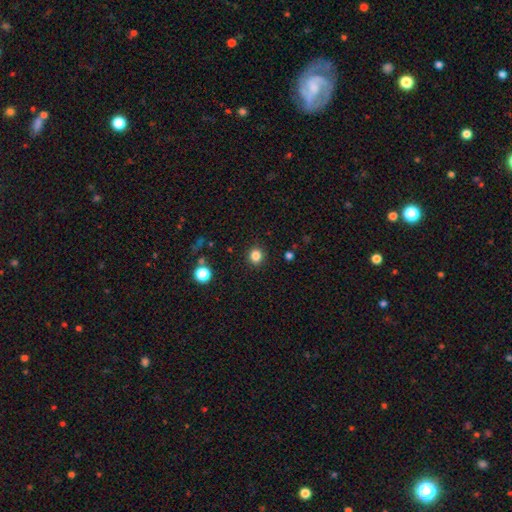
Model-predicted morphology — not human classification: Overall: smooth (84%). How rounded: round (85%). Merging: none (90%).